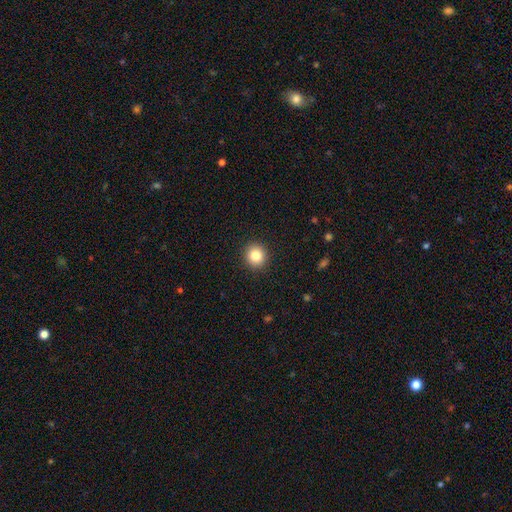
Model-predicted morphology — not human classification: This is clearly a smooth galaxy (83%). How rounded: clearly round (89%). Merging: clearly none (92%).